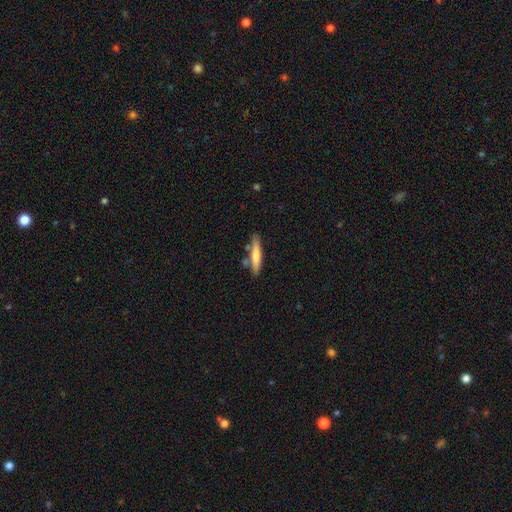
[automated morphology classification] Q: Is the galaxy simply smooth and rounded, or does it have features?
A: smooth — 69%.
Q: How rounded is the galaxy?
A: cigar-shaped — 88%.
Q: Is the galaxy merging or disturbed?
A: none — 75%.